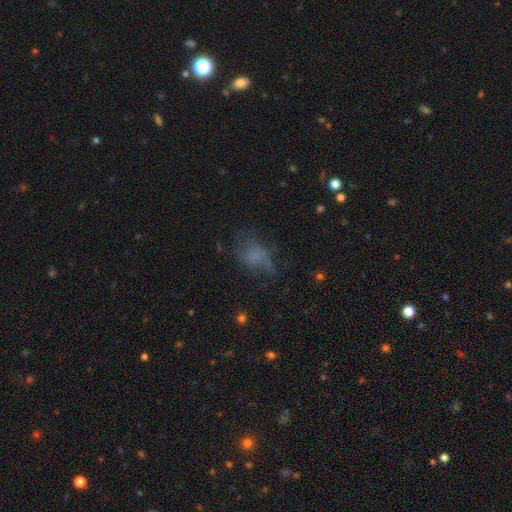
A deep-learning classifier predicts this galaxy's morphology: Smooth or featured? Predicted: smooth (p=0.52). How rounded? Predicted: in between (p=0.73). Merging? Predicted: none (p=0.40).